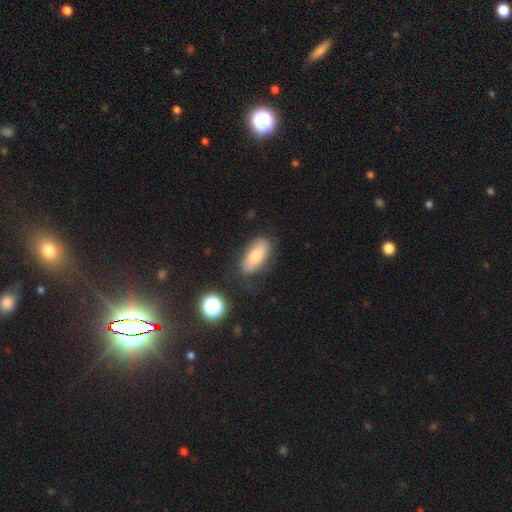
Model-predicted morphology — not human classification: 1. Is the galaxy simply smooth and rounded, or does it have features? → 72% smooth, 20% featured or disk, 8% star or artifact.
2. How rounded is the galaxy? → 88% in between, 8% cigar-shaped, 4% round.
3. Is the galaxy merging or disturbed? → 67% none, 22% minor disturbance, 8% major disturbance, 3% merger.